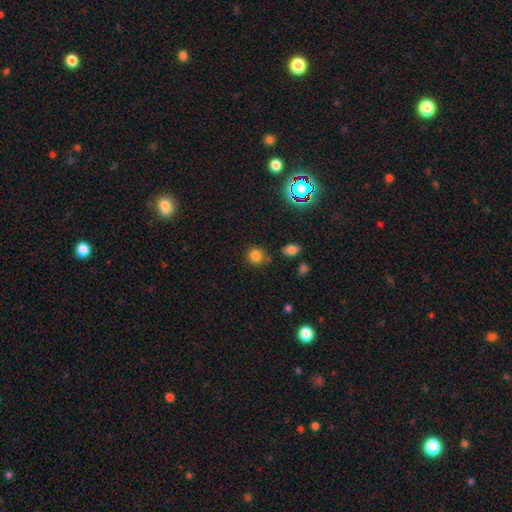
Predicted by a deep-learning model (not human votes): Overall: smooth (78%). How rounded: round (85%). Merging: none (77%).